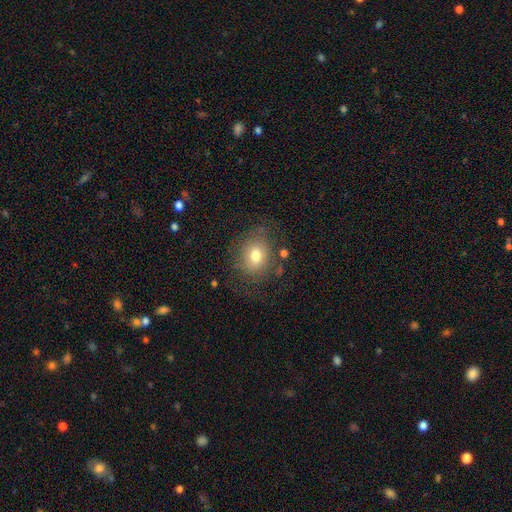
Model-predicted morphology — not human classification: smooth_or_featured: smooth (p=0.72) [alt: featured or disk p=0.17]
how_rounded: round (p=0.55) [alt: in between p=0.44]
merging: none (p=0.70) [alt: minor disturbance p=0.17]